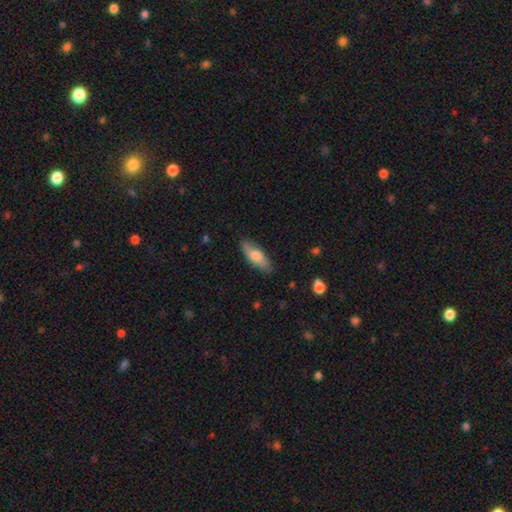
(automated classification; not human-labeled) The model was most divided on "how rounded": in between: 65%, cigar-shaped: 33%, round: 2%. More confident: merging — none (83%); smooth or featured — smooth (73%).